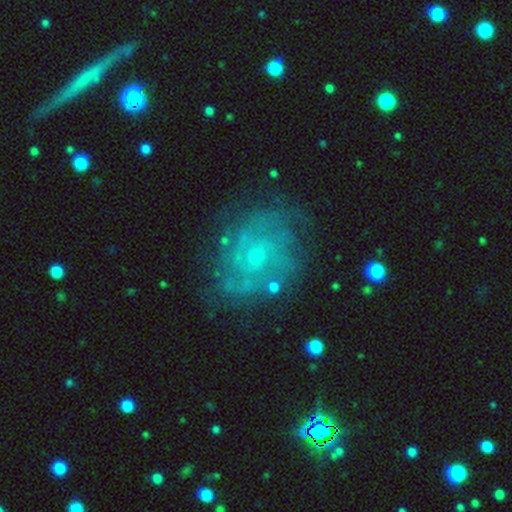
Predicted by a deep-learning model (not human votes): Q: Smooth or featured?
A: featured or disk (80%); runner-up: smooth (12%)
Q: Edge-on disk?
A: no (98%); runner-up: yes (2%)
Q: Bar?
A: no (68%); runner-up: weak (28%)
Q: Spiral arms?
A: yes (90%); runner-up: no (10%)
Q: Spiral winding?
A: tight (57%); runner-up: medium (34%)
Q: Spiral arm count?
A: can't tell (38%); runner-up: 2 (22%)
Q: Bulge size?
A: small (67%); runner-up: moderate (20%)
Q: Merging?
A: none (73%); runner-up: minor disturbance (17%)